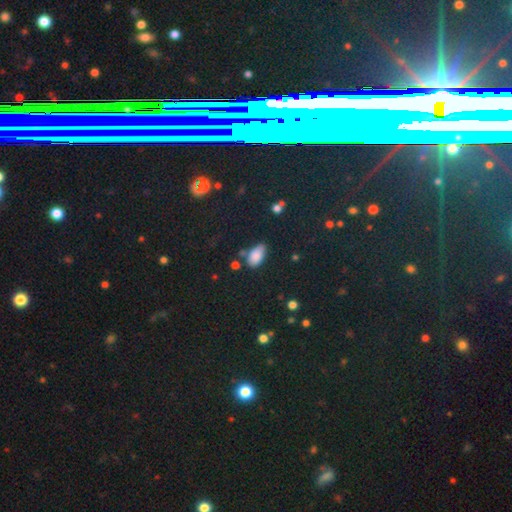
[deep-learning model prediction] Smooth or featured: smooth — 81% (star or artifact — 13%)
How rounded: in between — 92% (round — 5%)
Merging: none — 65% (minor disturbance — 22%)